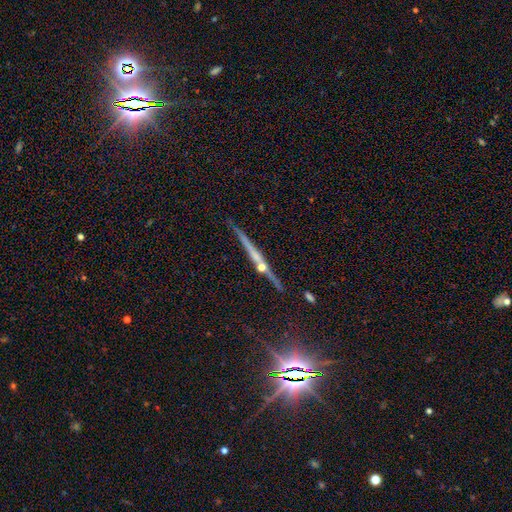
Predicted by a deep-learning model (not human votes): featured or disk 63%, smooth 18%, star or artifact 18%. Down the decision tree: edge-on disk — yes (96%); edge-on bulge — rounded (54%); merging — none (80%).